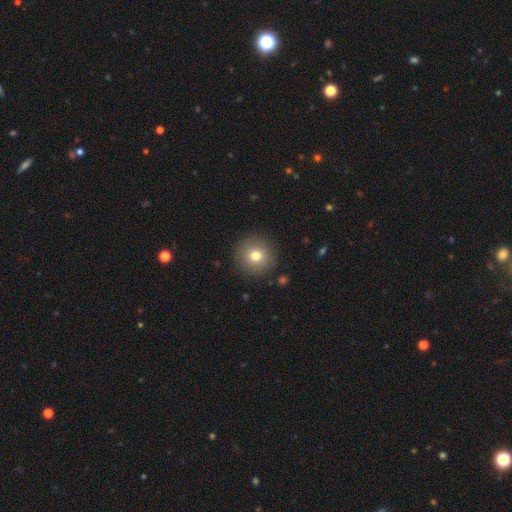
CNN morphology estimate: Smooth or featured?
  - smooth: 77% *
  - featured or disk: 12%
  - star or artifact: 12%
How rounded?
  - round: 94% *
  - in between: 5%
  - cigar-shaped: 1%
Merging?
  - none: 90% *
  - minor disturbance: 6%
  - major disturbance: 3%
  - merger: 1%